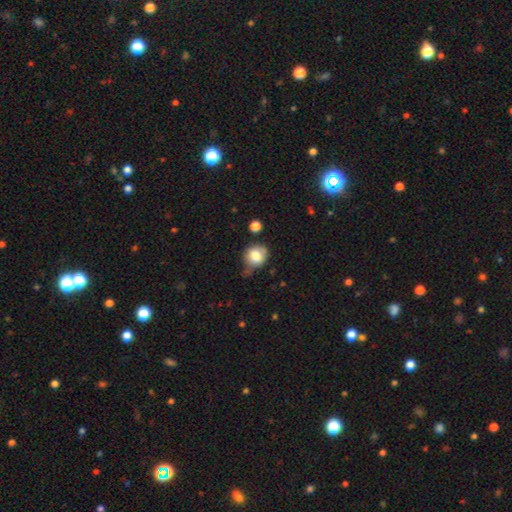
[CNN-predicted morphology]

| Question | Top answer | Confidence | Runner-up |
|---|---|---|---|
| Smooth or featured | smooth | 79% | featured or disk (12%) |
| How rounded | round | 74% | in between (25%) |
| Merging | none | 58% | minor disturbance (27%) |